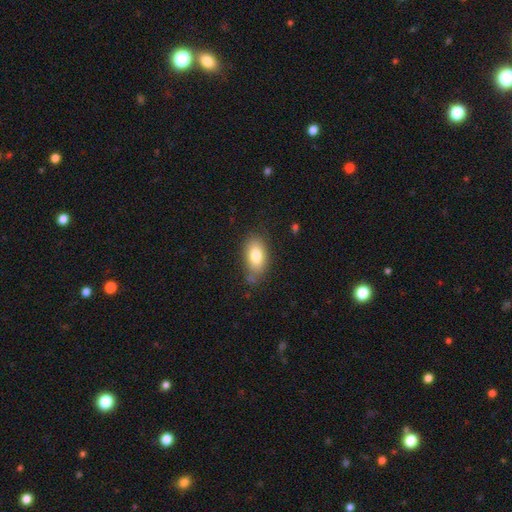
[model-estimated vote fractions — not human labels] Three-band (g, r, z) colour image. It shows a smooth galaxy with no disk features (80%) that is in between round and cigar-shaped (90%). Merging: none (74%).